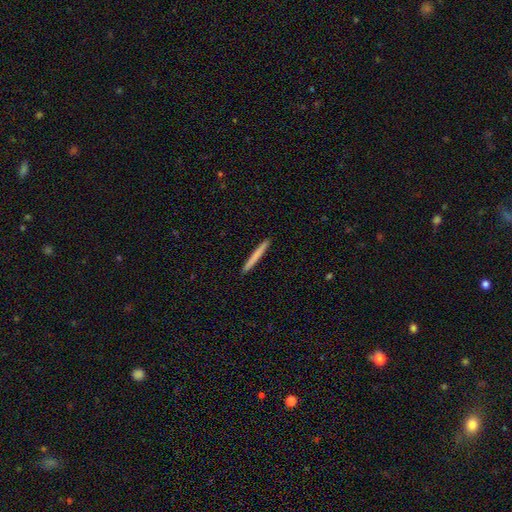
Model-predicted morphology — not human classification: A smooth galaxy with no disk features (72%) that is cigar-shaped (97%). Merging: none (94%).